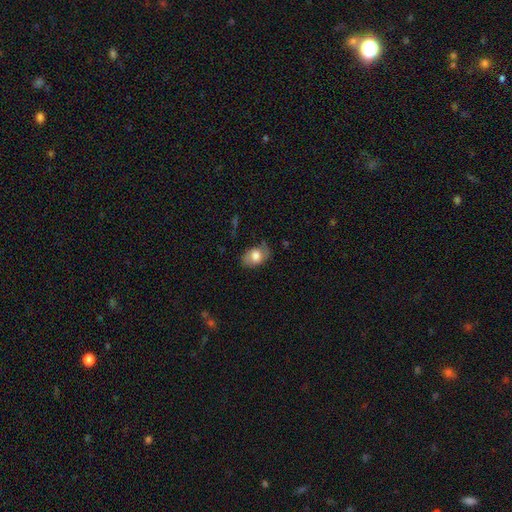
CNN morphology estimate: smooth 73%, featured or disk 20%, star or artifact 7%. Down the decision tree: how rounded — in between (85%); merging — none (69%).